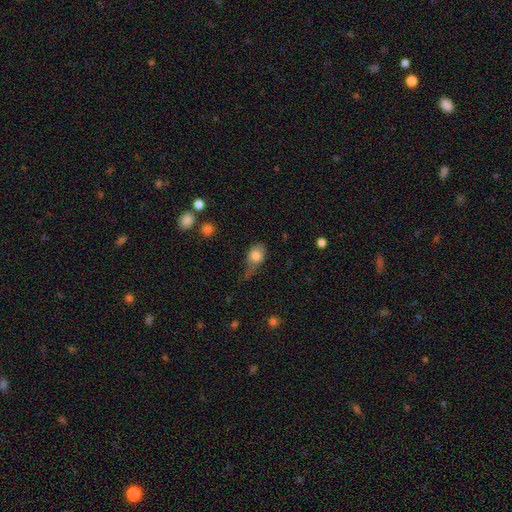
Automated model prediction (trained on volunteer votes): This is likely a smooth galaxy (78%). How rounded: likely in between (70%). Merging: marginally minor disturbance (38%).